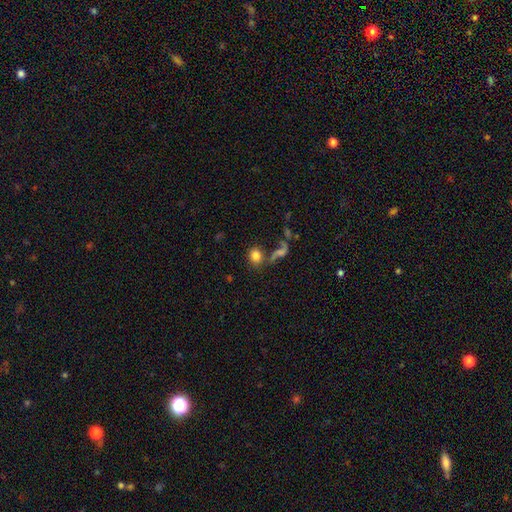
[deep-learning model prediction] The model was most divided on "how rounded": round: 68%, in between: 30%, cigar-shaped: 2%. More confident: smooth or featured — smooth (80%); merging — none (60%).